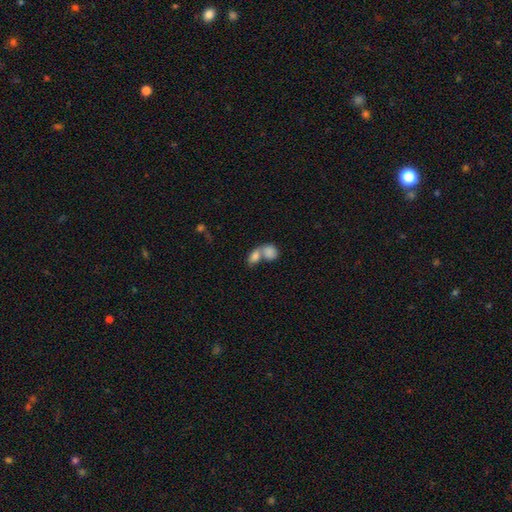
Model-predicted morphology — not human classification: Overall: smooth (82%). How rounded: in between (76%). Merging: merger (72%).